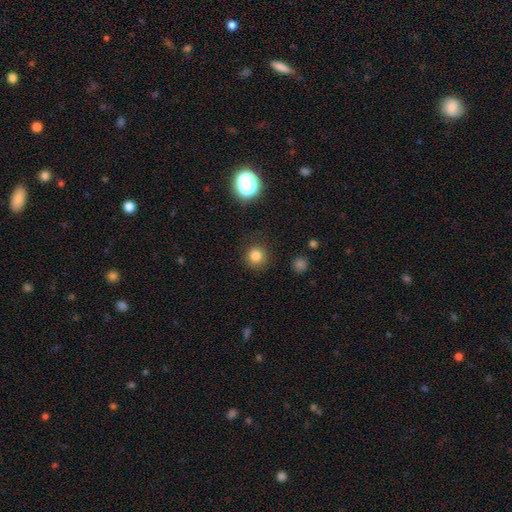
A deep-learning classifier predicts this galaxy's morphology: Smooth or featured? smooth (81%)
How rounded? round (93%)
Merging? none (88%)